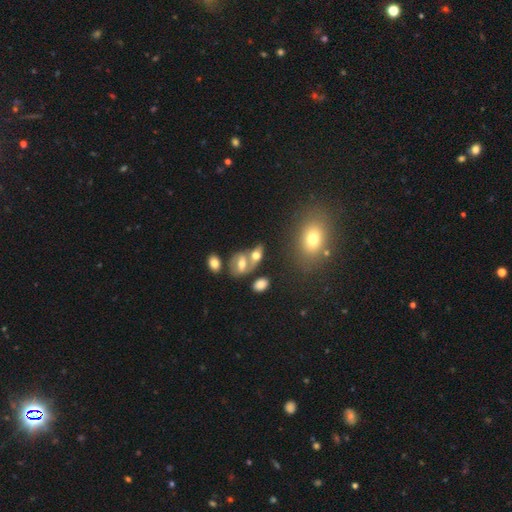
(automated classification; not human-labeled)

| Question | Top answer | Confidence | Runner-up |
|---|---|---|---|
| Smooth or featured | smooth | 50% | featured or disk (38%) |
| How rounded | in between | 77% | round (17%) |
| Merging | merger | 41% | none (38%) |